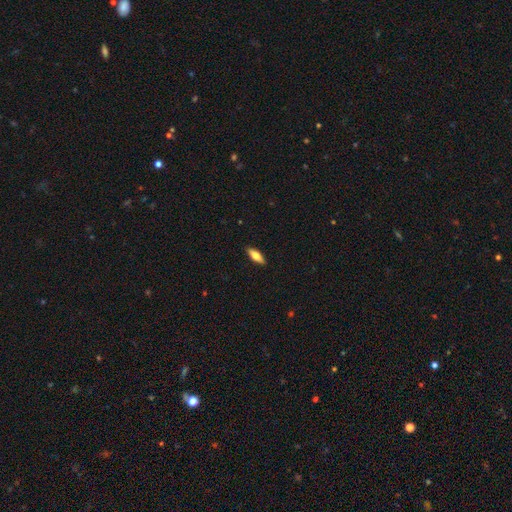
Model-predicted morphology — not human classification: This is likely a smooth galaxy (64%). How rounded: likely in between (64%). Merging: clearly none (90%).